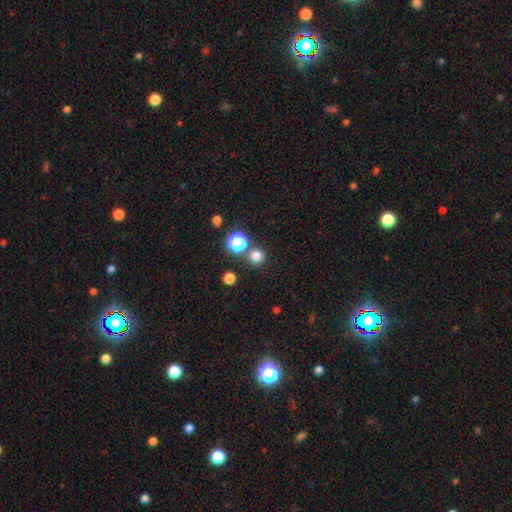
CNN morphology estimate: smooth_or_featured: smooth (p=0.76) [alt: star or artifact p=0.19]
how_rounded: round (p=0.93) [alt: in between p=0.06]
merging: none (p=0.78) [alt: merger p=0.12]